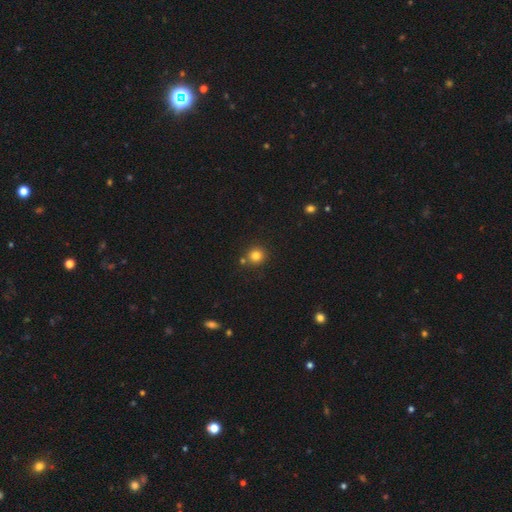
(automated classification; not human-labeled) Smooth or featured: smooth — 82% (star or artifact — 13%)
How rounded: round — 92% (in between — 7%)
Merging: none — 80% (merger — 10%)